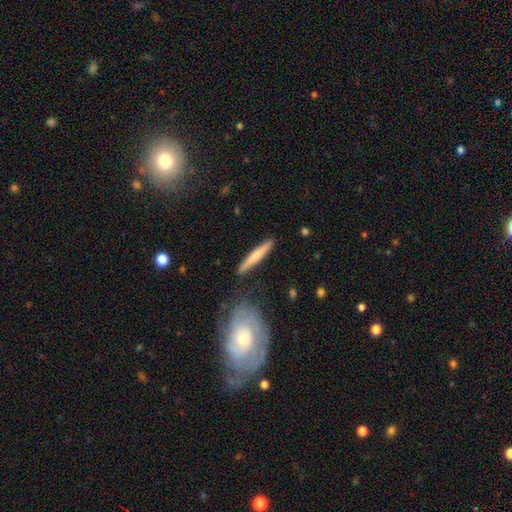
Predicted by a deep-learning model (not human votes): Smooth or featured: smooth — 65% (featured or disk — 30%)
How rounded: cigar-shaped — 94% (in between — 4%)
Merging: none — 87% (minor disturbance — 9%)